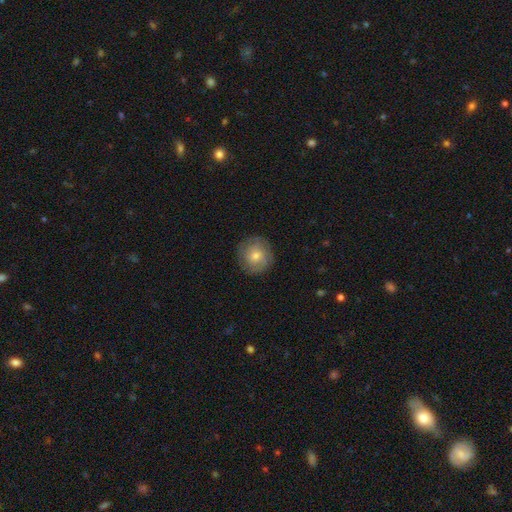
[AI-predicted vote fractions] smooth-or-featured: smooth: 62% | featured or disk: 29% | star or artifact: 8%
  how-rounded: round: 93% | in between: 6% | cigar-shaped: 1%
  merging: none: 86% | minor disturbance: 10% | major disturbance: 3% | merger: 1%